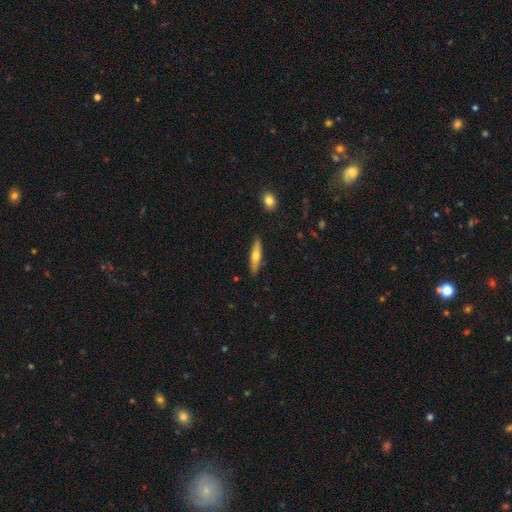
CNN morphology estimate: Overall: smooth (51%; featured or disk 42%). How rounded: cigar-shaped (78%). Merging: none (88%).